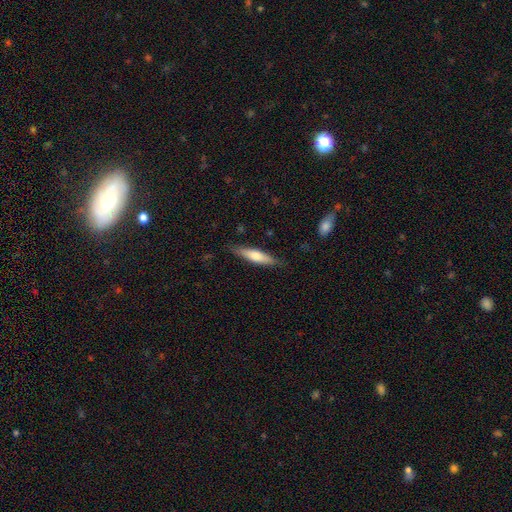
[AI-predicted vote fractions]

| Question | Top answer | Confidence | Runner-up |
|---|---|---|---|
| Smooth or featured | smooth | 61% | featured or disk (34%) |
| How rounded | cigar-shaped | 76% | in between (23%) |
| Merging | none | 83% | minor disturbance (13%) |